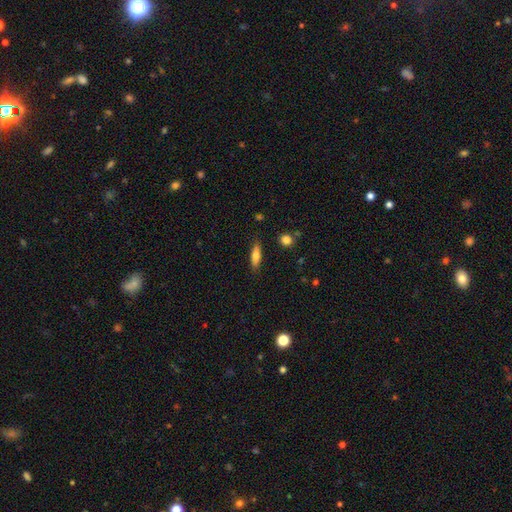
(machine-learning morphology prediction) type=smooth (68%); roundness=cigar-shaped (55%); merging=none (86%).